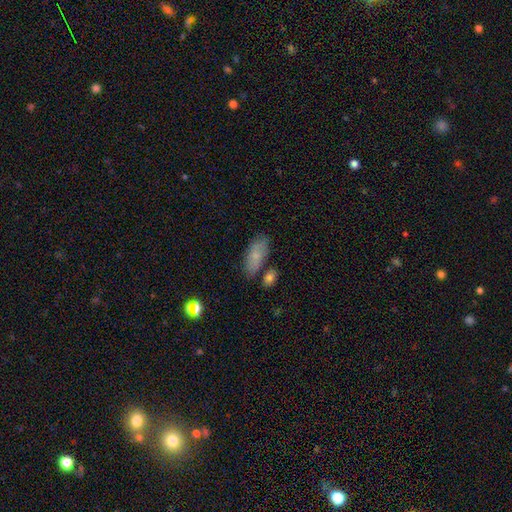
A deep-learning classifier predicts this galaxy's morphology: This appears to be a smooth galaxy with no disk features (75%) that is in between round and cigar-shaped (85%). Merging: none (67%).